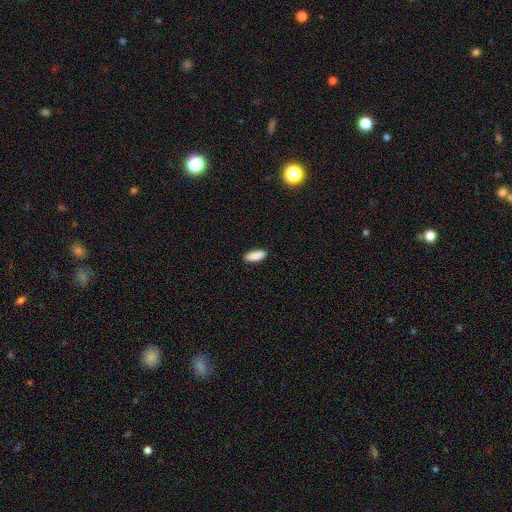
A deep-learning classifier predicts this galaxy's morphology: Q: Smooth or featured?
A: smooth (90%); runner-up: star or artifact (7%)
Q: How rounded?
A: in between (70%); runner-up: cigar-shaped (28%)
Q: Merging?
A: none (89%); runner-up: minor disturbance (9%)